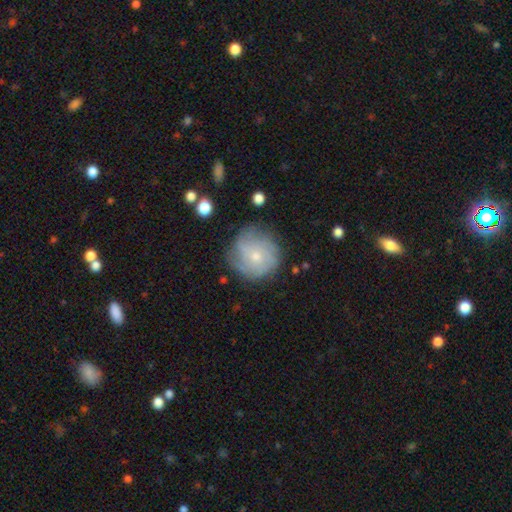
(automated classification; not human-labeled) A featured or disk galaxy (52%) with no bar (82%), spiral arms (76%) and a small central bulge (63%). Merging: none (68%).